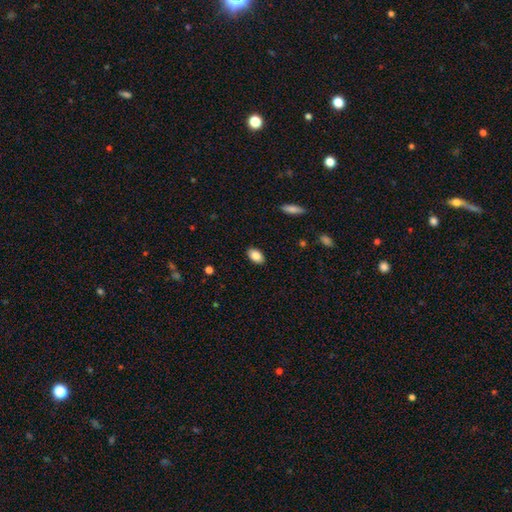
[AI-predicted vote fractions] Smooth or featured?
  - smooth: 85% *
  - featured or disk: 8%
  - star or artifact: 8%
How rounded?
  - in between: 91% *
  - round: 8%
  - cigar-shaped: 2%
Merging?
  - none: 89% *
  - minor disturbance: 8%
  - major disturbance: 2%
  - merger: 1%